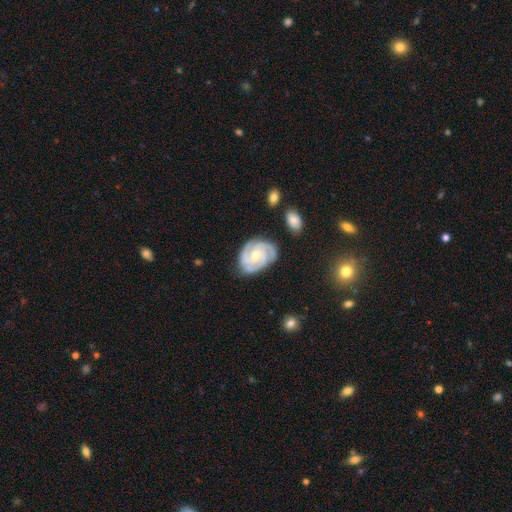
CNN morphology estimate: Q: Smooth or featured?
A: featured or disk (90%); runner-up: smooth (6%)
Q: Edge-on disk?
A: no (98%); runner-up: yes (2%)
Q: Bar?
A: no (58%); runner-up: weak (34%)
Q: Spiral arms?
A: yes (98%); runner-up: no (2%)
Q: Spiral winding?
A: tight (69%); runner-up: medium (28%)
Q: Spiral arm count?
A: 3 (56%); runner-up: 2 (18%)
Q: Bulge size?
A: moderate (51%); runner-up: small (43%)
Q: Merging?
A: none (76%); runner-up: minor disturbance (18%)